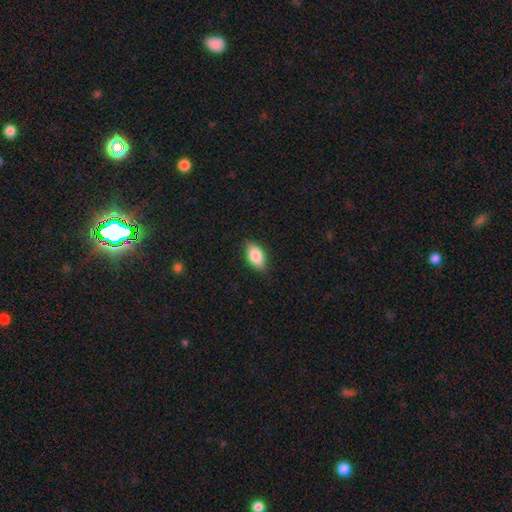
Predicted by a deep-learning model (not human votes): Smooth or featured? smooth (84%)
How rounded? in between (91%)
Merging? none (85%)